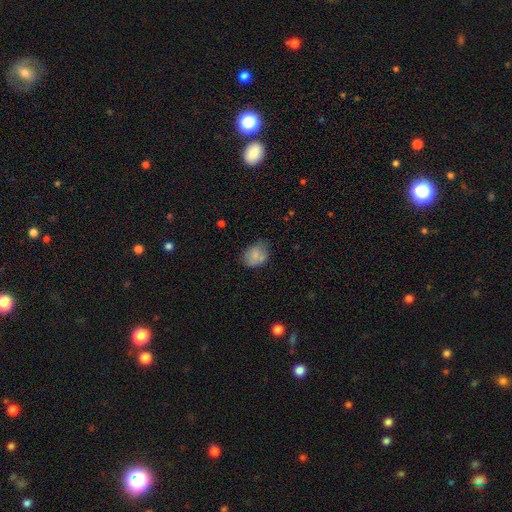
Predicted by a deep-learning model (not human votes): This appears to be a smooth galaxy with no disk features (75%) that is in between round and cigar-shaped (62%). Merging: none (57%).